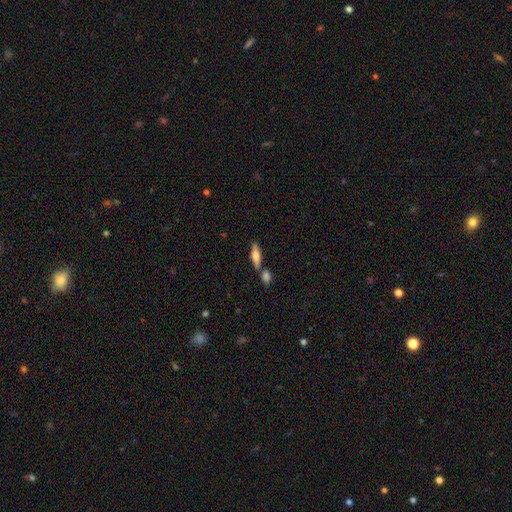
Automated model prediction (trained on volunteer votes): Smooth or featured: smooth — 65% (featured or disk — 28%)
How rounded: cigar-shaped — 53% (in between — 44%)
Merging: none — 61% (merger — 25%)